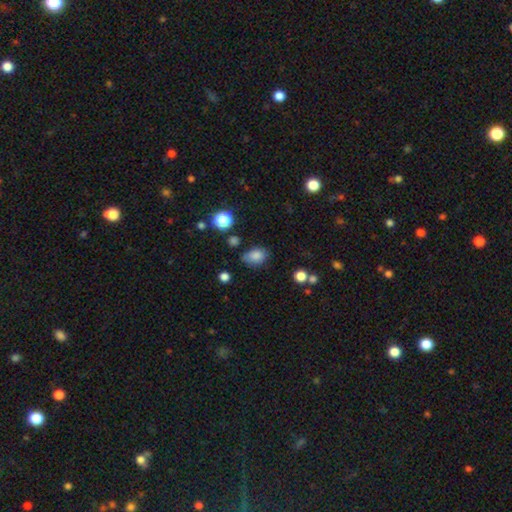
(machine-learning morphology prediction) A smooth galaxy with no disk features (82%) that is in between round and cigar-shaped (76%).

Vote fractions:
- Smooth or featured? smooth: 82% / star or artifact: 11% / featured or disk: 7%
- How rounded? in between: 76% / round: 23% / cigar-shaped: 1%
- Merging? none: 60% / minor disturbance: 29% / major disturbance: 7% / merger: 4%